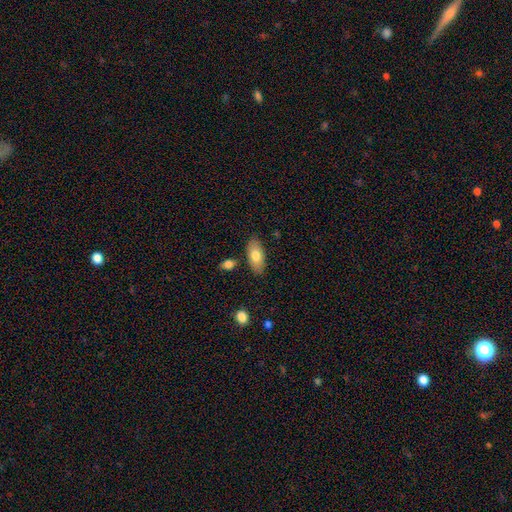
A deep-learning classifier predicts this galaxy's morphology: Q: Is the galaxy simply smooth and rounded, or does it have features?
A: smooth — 77%.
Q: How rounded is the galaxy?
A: in between — 90%.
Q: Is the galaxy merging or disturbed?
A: none — 82%.